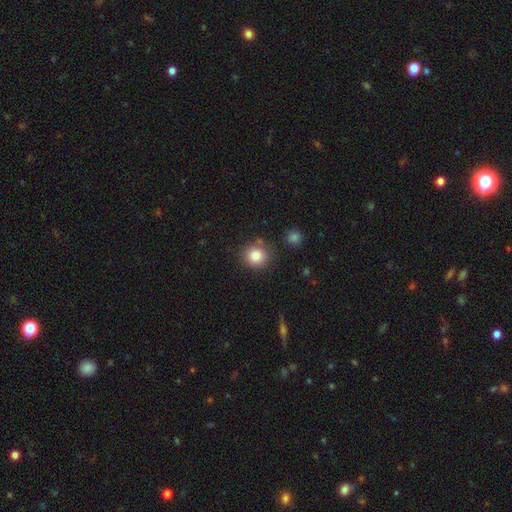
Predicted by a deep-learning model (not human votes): Overall: smooth (83%). How rounded: round (89%). Merging: none (82%).